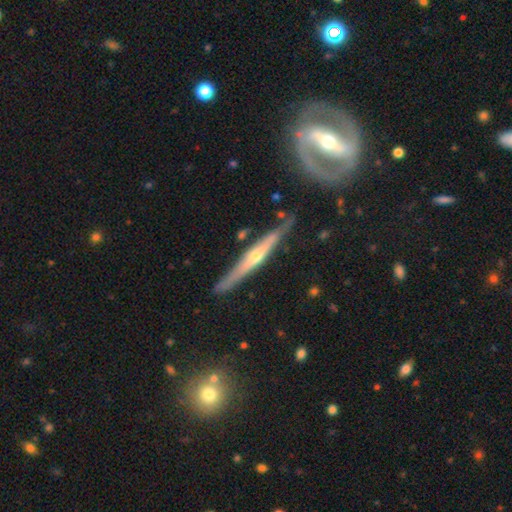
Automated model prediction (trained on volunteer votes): featured or disk 75%, smooth 19%, star or artifact 6%. Down the decision tree: edge-on disk — yes (95%); edge-on bulge — rounded (76%); merging — none (81%).